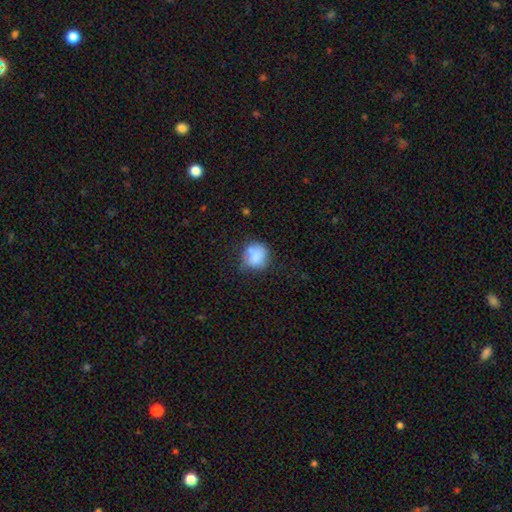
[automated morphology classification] smooth_or_featured: smooth (p=0.78) [alt: featured or disk p=0.13]
how_rounded: round (p=0.78) [alt: in between p=0.21]
merging: none (p=0.53) [alt: minor disturbance p=0.29]